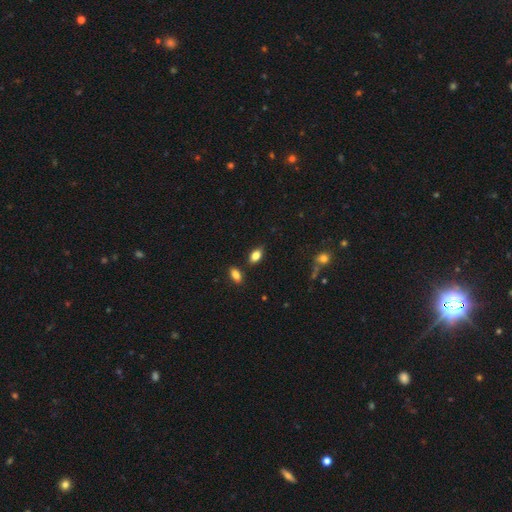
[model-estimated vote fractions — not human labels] smooth_or_featured: smooth (p=0.84) [alt: star or artifact p=0.09]
how_rounded: in between (p=0.88) [alt: round p=0.08]
merging: none (p=0.80) [alt: minor disturbance p=0.11]